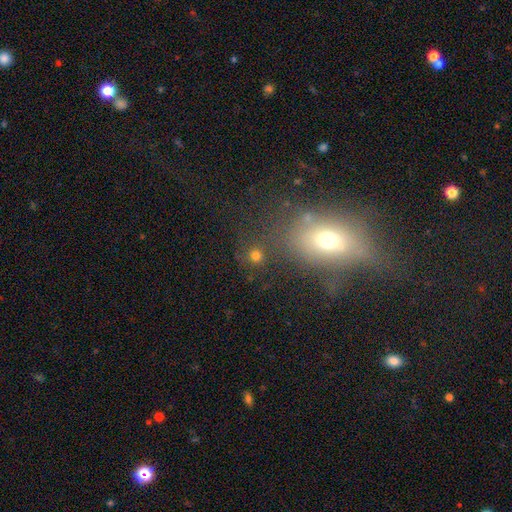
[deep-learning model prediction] smooth_or_featured: smooth (p=0.73) [alt: star or artifact p=0.20]
how_rounded: round (p=0.91) [alt: in between p=0.07]
merging: none (p=0.79) [alt: merger p=0.08]